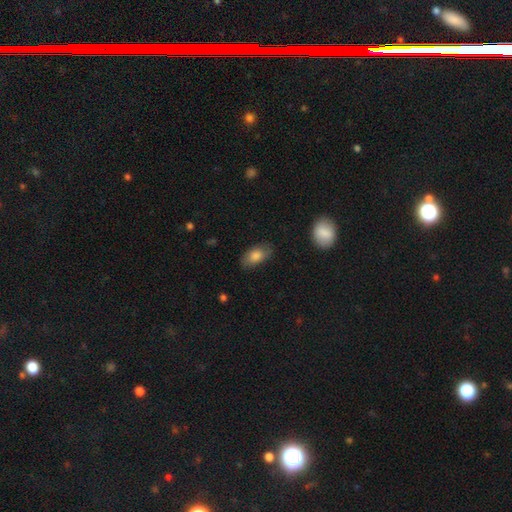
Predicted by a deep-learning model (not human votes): Morphology: type=smooth (80%); roundness=in between (91%); merging=none (80%).